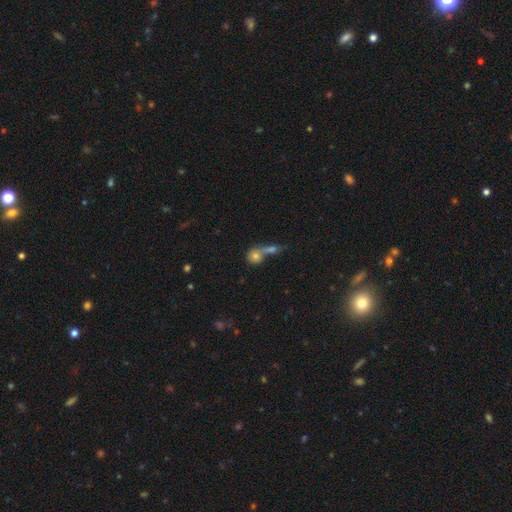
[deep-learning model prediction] Overall: smooth (74%). How rounded: round (72%). Merging: merger (58%; none 29%).